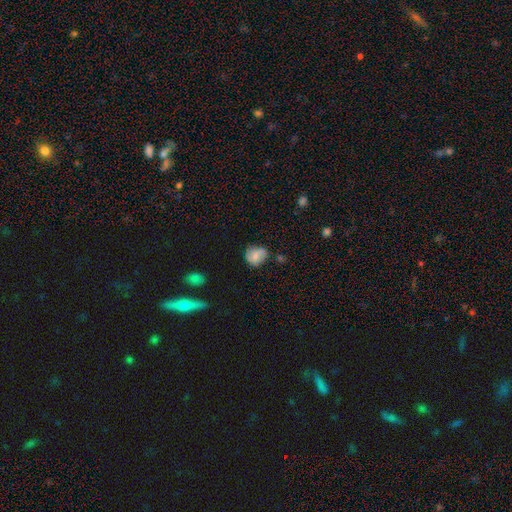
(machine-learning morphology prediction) Smooth or featured? Predicted: smooth (p=0.62). How rounded? Predicted: round (p=0.65). Merging? Predicted: none (p=0.54).